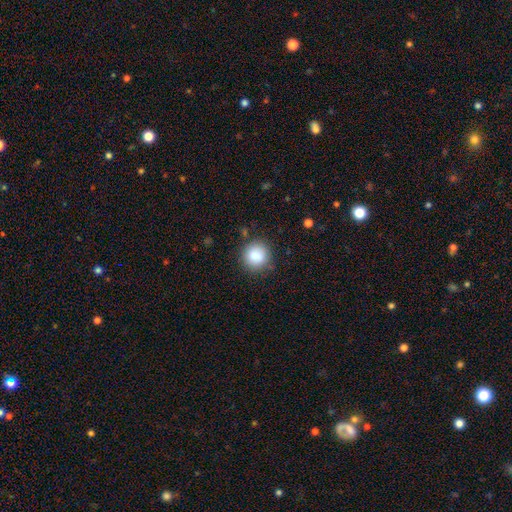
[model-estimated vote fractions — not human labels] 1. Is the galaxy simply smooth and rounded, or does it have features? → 86% smooth, 9% star or artifact, 5% featured or disk.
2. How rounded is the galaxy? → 91% round, 8% in between, 1% cigar-shaped.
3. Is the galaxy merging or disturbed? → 84% none, 11% minor disturbance, 3% major disturbance, 2% merger.